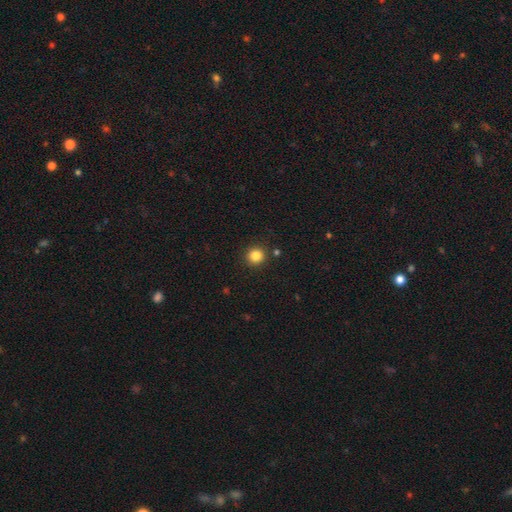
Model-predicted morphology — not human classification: Smooth or featured?
  - smooth: 84% *
  - star or artifact: 12%
  - featured or disk: 4%
How rounded?
  - round: 93% *
  - in between: 6%
  - cigar-shaped: 1%
Merging?
  - none: 90% *
  - minor disturbance: 6%
  - merger: 3%
  - major disturbance: 2%